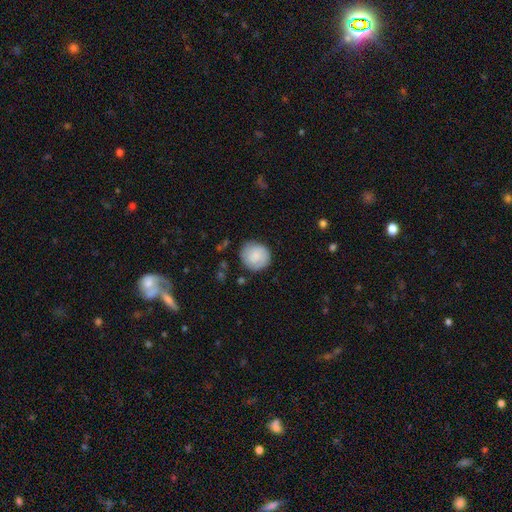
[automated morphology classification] This appears to be a smooth galaxy with no disk features (76%) that is round (88%). Merging: none (82%).